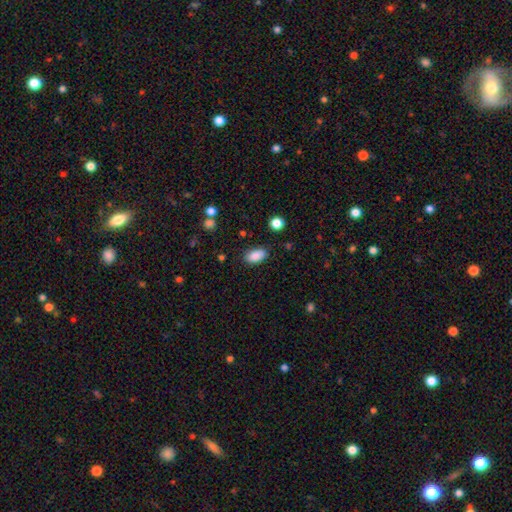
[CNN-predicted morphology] The model was most divided on "merging": none: 85%, minor disturbance: 11%, major disturbance: 3%, merger: 2%. More confident: how rounded — in between (92%); smooth or featured — smooth (88%).